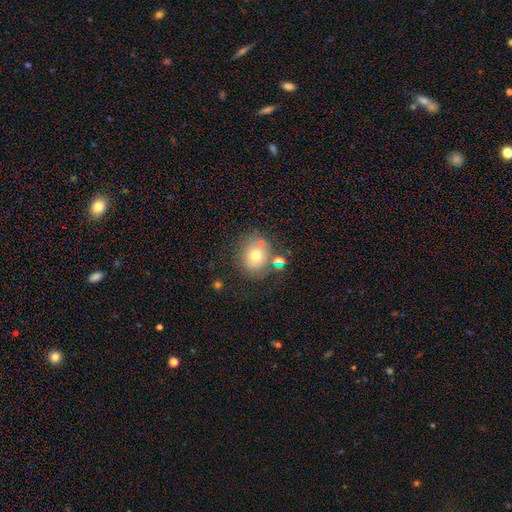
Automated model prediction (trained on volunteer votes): Smooth or featured?
  - smooth: 68% *
  - featured or disk: 19%
  - star or artifact: 13%
How rounded?
  - round: 71% *
  - in between: 28%
  - cigar-shaped: 1%
Merging?
  - none: 66% *
  - minor disturbance: 15%
  - merger: 12%
  - major disturbance: 6%